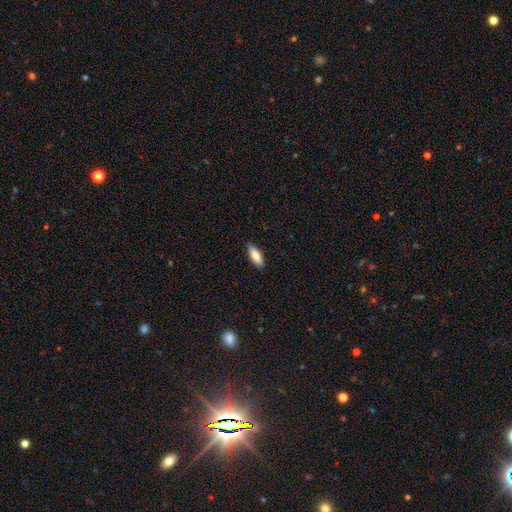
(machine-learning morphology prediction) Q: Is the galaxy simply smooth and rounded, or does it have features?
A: smooth — 79%.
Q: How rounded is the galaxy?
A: in between — 65%.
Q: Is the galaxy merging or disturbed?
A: none — 87%.